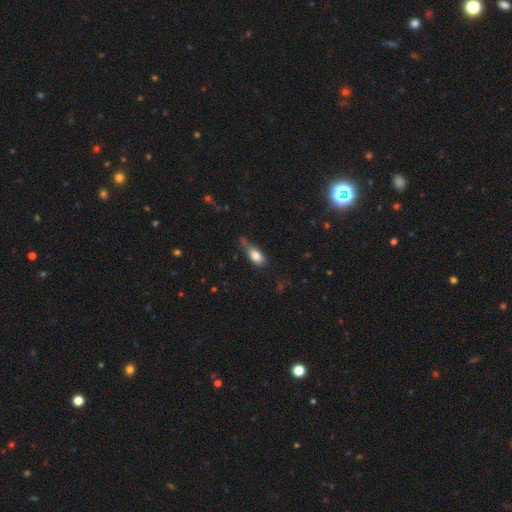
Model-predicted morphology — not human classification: Smooth or featured? Predicted: smooth (p=0.79). How rounded? Predicted: in between (p=0.80). Merging? Predicted: none (p=0.40).